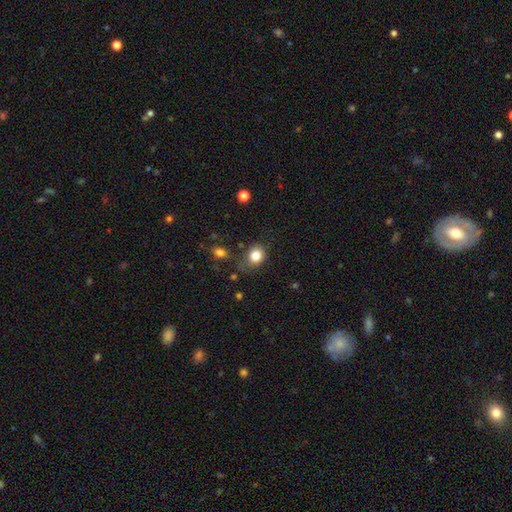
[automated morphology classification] smooth 83%, star or artifact 11%, featured or disk 6%. Down the decision tree: how rounded — round (69%); merging — none (68%).